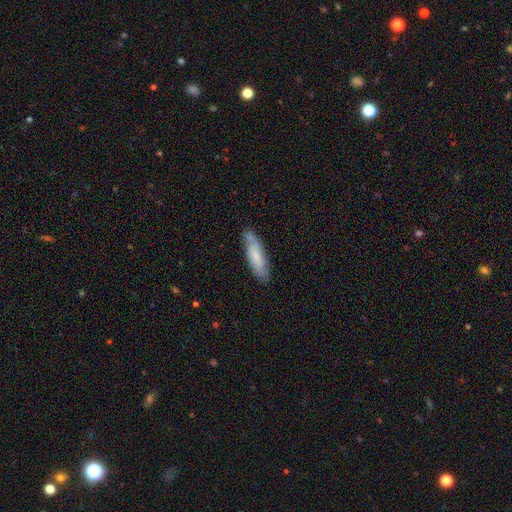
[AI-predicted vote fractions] smooth-or-featured: smooth: 67% | featured or disk: 27% | star or artifact: 6%
  how-rounded: cigar-shaped: 63% | in between: 36% | round: 1%
  merging: none: 73% | minor disturbance: 20% | major disturbance: 4% | merger: 3%